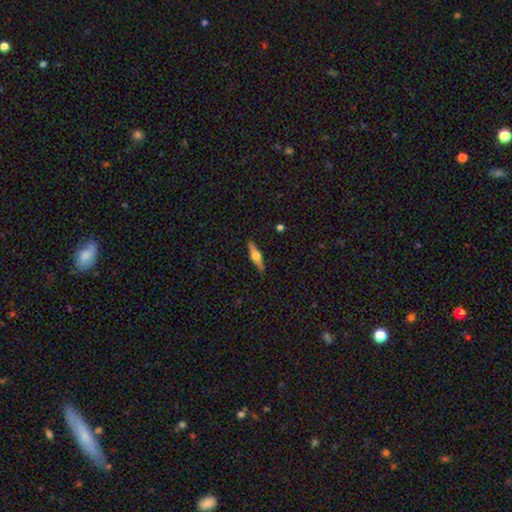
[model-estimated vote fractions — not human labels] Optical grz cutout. It shows a featured or disk galaxy (67%) viewed edge-on (97%) with a rounded central bulge (94%). Merging: none (89%).